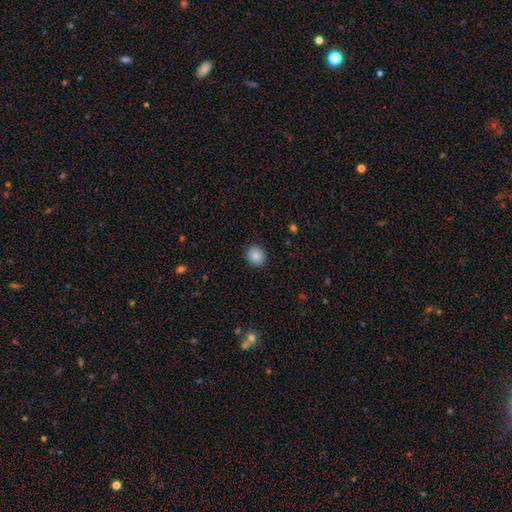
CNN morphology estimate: This appears to be a smooth galaxy with no disk features (86%) that is round (78%). Merging: none (90%).